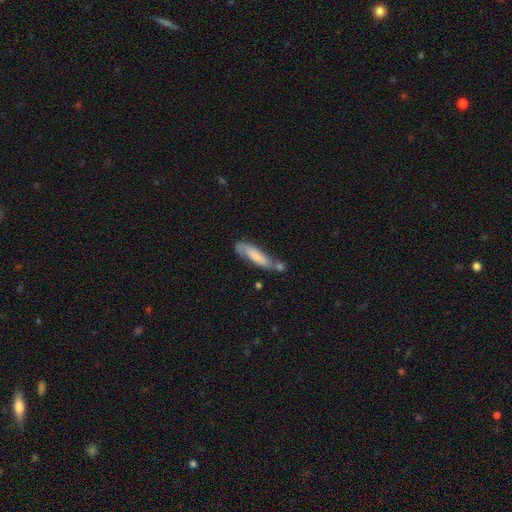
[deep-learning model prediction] The model was most divided on "merging": none: 47%, minor disturbance: 23%, merger: 23%, major disturbance: 8%. More confident: how rounded — cigar-shaped (74%); smooth or featured — smooth (67%).